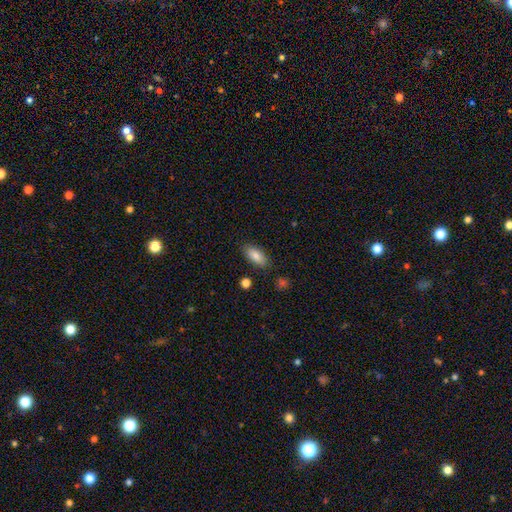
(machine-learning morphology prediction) Smooth or featured: smooth — 83% (featured or disk — 10%)
How rounded: in between — 87% (cigar-shaped — 11%)
Merging: none — 84% (minor disturbance — 11%)